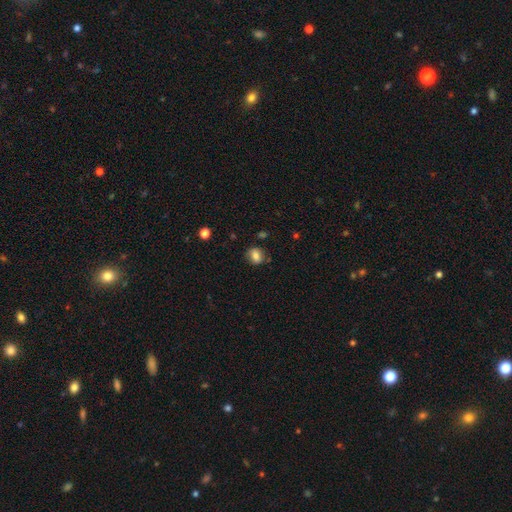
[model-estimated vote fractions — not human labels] Smooth or featured? smooth (78%)
How rounded? round (57%)
Merging? none (79%)